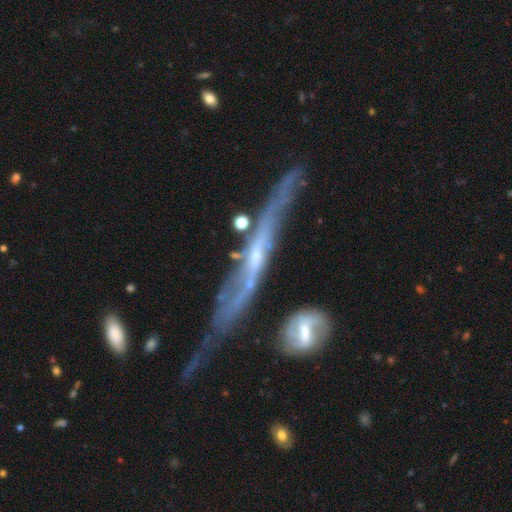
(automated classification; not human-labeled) smooth-or-featured: featured or disk: 81% | smooth: 11% | star or artifact: 7%
  disk-edge-on: yes: 67% | no: 33%
    edge-on-bulge: rounded: 48% | none: 45% | boxy: 7%
  merging: none: 47% | minor disturbance: 25% | major disturbance: 16% | merger: 12%